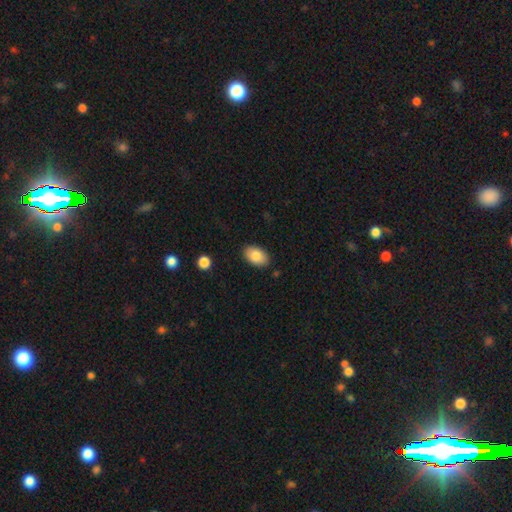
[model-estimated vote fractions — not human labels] Overall: smooth (84%). How rounded: in between (91%). Merging: none (87%).